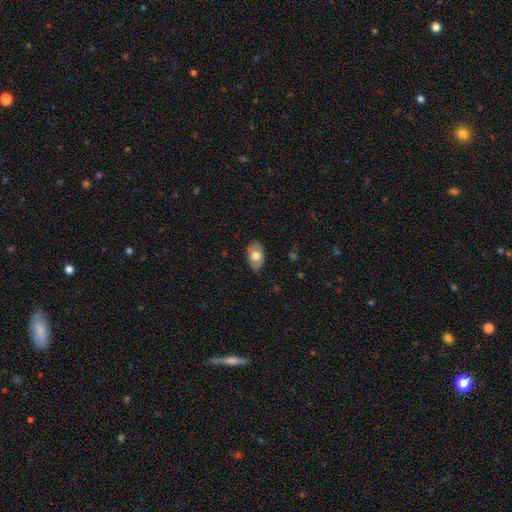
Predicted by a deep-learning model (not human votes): A smooth galaxy with no disk features (64%) that is in between round and cigar-shaped (89%).

Vote fractions:
- Smooth or featured? smooth: 64% / featured or disk: 29% / star or artifact: 6%
- How rounded? in between: 89% / round: 10% / cigar-shaped: 1%
- Merging? none: 81% / minor disturbance: 16% / major disturbance: 3% / merger: 1%